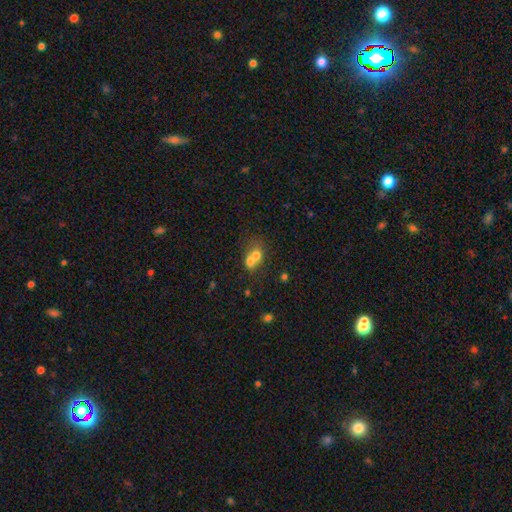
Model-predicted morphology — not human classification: Smooth or featured?
  - smooth: 66% *
  - featured or disk: 21%
  - star or artifact: 12%
How rounded?
  - round: 58% *
  - in between: 41%
  - cigar-shaped: 1%
Merging?
  - merger: 67% *
  - none: 21%
  - minor disturbance: 7%
  - major disturbance: 5%